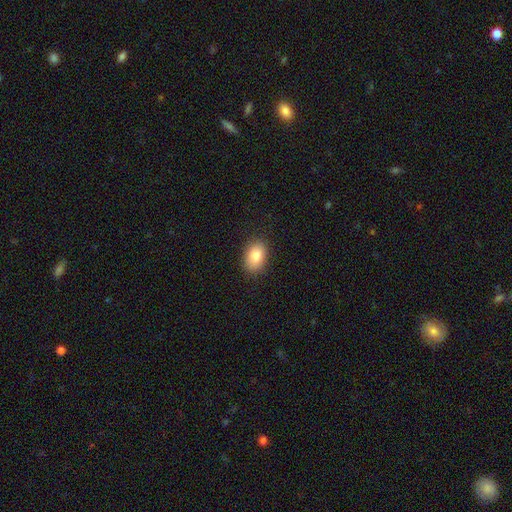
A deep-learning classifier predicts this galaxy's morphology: smooth_or_featured: smooth (p=0.83) [alt: featured or disk p=0.09]
how_rounded: in between (p=0.82) [alt: round p=0.17]
merging: none (p=0.87) [alt: minor disturbance p=0.09]